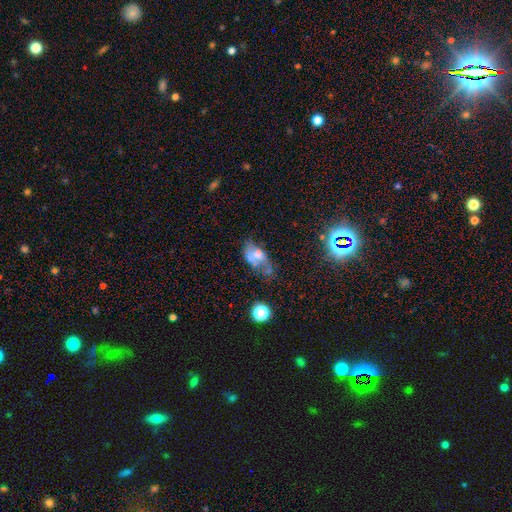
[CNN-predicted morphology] Overall: featured or disk (43%; smooth 42%). Merging: major disturbance (29%, tied with none).